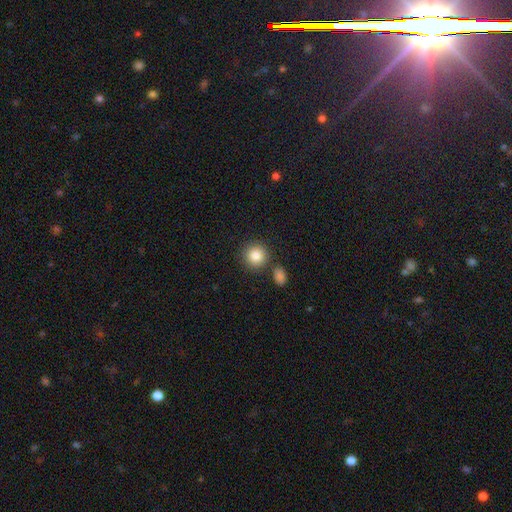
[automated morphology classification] Overall: smooth (87%). How rounded: round (90%). Merging: none (78%).